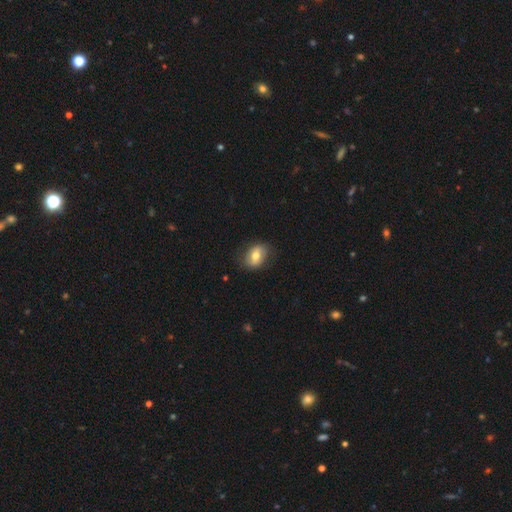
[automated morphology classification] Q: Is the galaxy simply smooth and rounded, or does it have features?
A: smooth — 66%.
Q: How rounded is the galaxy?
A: in between — 69%.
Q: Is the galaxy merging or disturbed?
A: none — 78%.